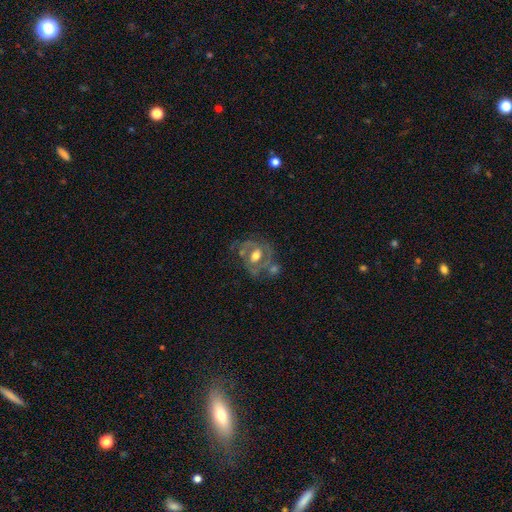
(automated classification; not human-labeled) Morphology: type=featured or disk (69%); edge-on=no (96%); bar=no (51%); spiral arms=yes (56%); bulge=moderate (68%); merging=none (44%).